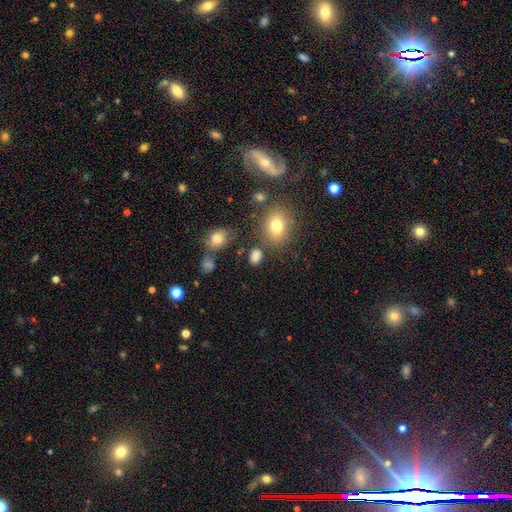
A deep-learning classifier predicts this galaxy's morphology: Smooth or featured: smooth — 78% (star or artifact — 15%)
How rounded: in between — 65% (round — 33%)
Merging: none — 73% (minor disturbance — 13%)